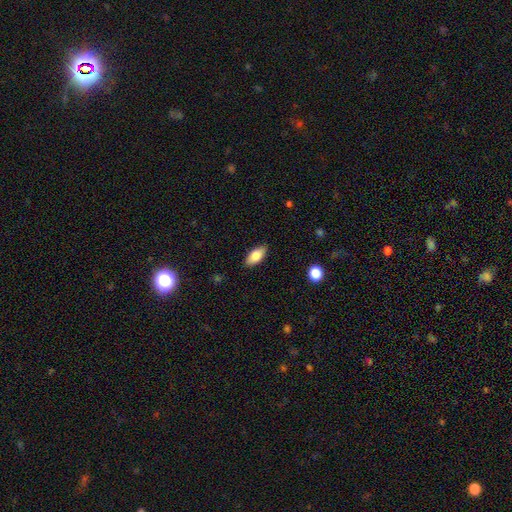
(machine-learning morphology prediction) Smooth or featured?
  - smooth: 79% *
  - featured or disk: 14%
  - star or artifact: 7%
How rounded?
  - in between: 87% *
  - cigar-shaped: 10%
  - round: 3%
Merging?
  - none: 86% *
  - minor disturbance: 10%
  - major disturbance: 2%
  - merger: 1%